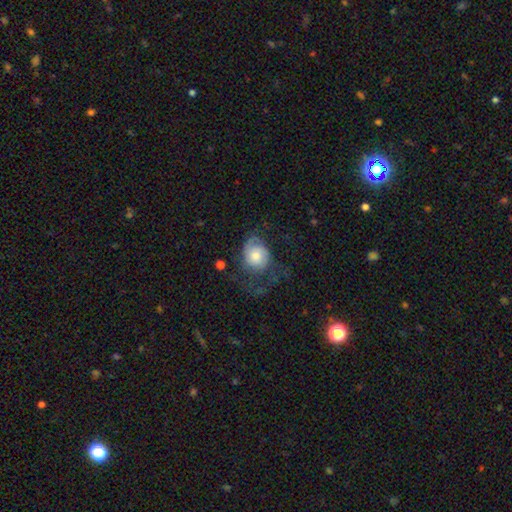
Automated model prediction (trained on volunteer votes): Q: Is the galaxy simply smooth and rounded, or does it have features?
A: smooth — 50%.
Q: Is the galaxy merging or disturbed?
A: major disturbance — 43%.